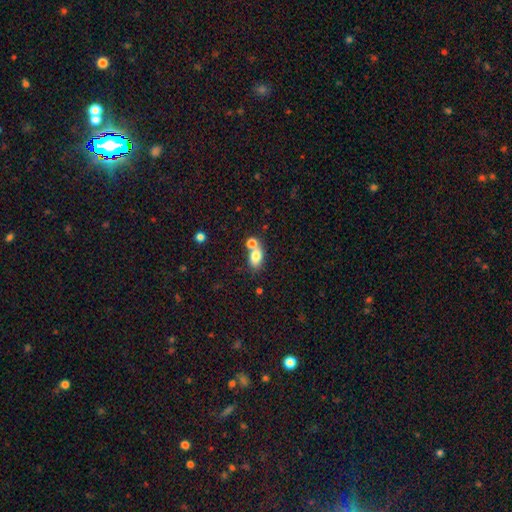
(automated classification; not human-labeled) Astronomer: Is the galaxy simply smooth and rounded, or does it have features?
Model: smooth — 79%.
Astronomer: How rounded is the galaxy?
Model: in between — 81%.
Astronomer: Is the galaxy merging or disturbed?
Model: merger — 43% (runner-up: none, 42%).